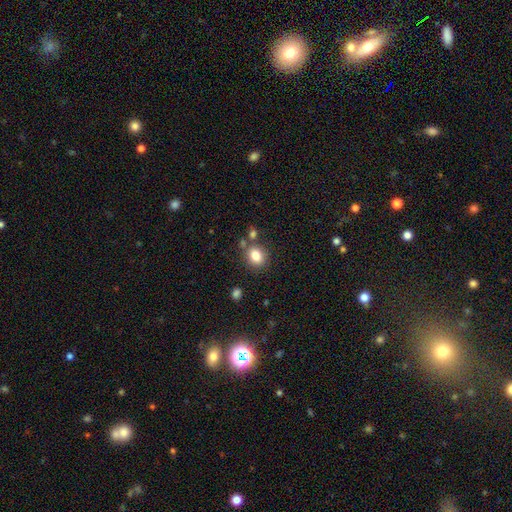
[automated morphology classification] Smooth or featured?
  - smooth: 83% *
  - star or artifact: 10%
  - featured or disk: 7%
How rounded?
  - round: 52% *
  - in between: 47%
  - cigar-shaped: 1%
Merging?
  - none: 72% *
  - merger: 12%
  - minor disturbance: 12%
  - major disturbance: 4%